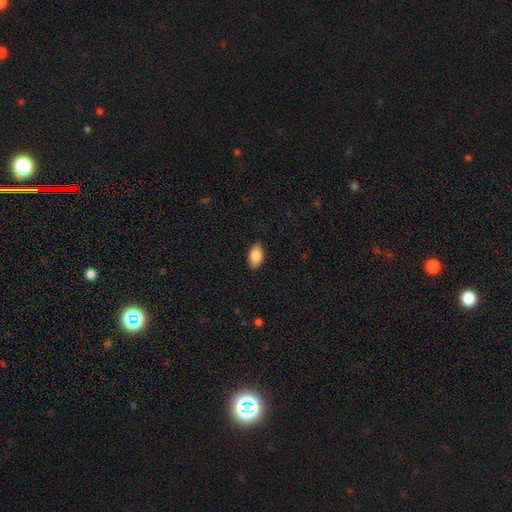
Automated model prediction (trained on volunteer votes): smooth_or_featured: smooth (p=0.86) [alt: featured or disk p=0.08]
how_rounded: in between (p=0.93) [alt: round p=0.05]
merging: none (p=0.88) [alt: minor disturbance p=0.09]